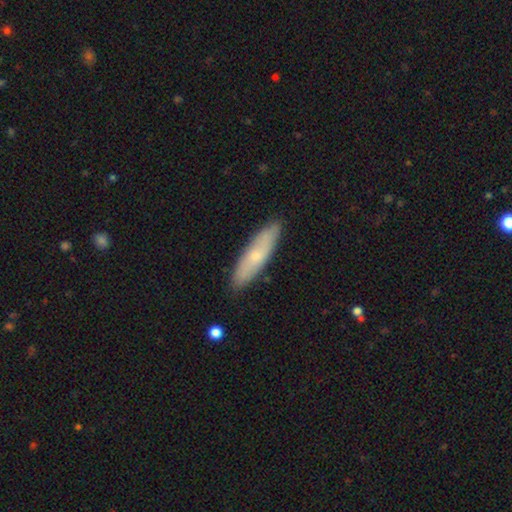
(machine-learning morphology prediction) A smooth galaxy with no disk features (62%) that is cigar-shaped (71%).

Vote fractions:
- Smooth or featured? smooth: 62% / featured or disk: 33% / star or artifact: 6%
- How rounded? cigar-shaped: 71% / in between: 27% / round: 2%
- Merging? none: 87% / minor disturbance: 10% / major disturbance: 2% / merger: 1%